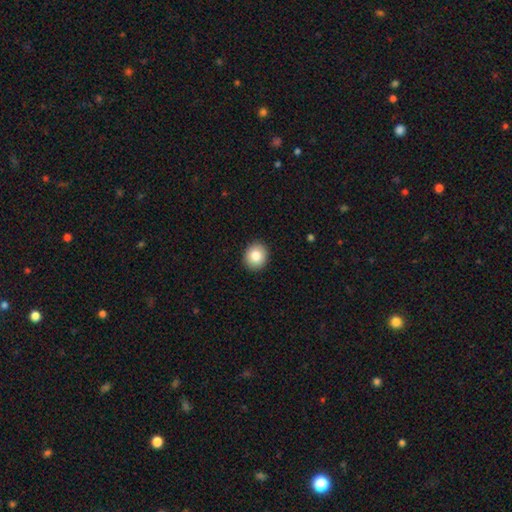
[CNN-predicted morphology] smooth-or-featured: smooth: 83% | star or artifact: 9% | featured or disk: 8%
  how-rounded: round: 76% | in between: 23% | cigar-shaped: 1%
  merging: none: 92% | minor disturbance: 6% | major disturbance: 2% | merger: 1%